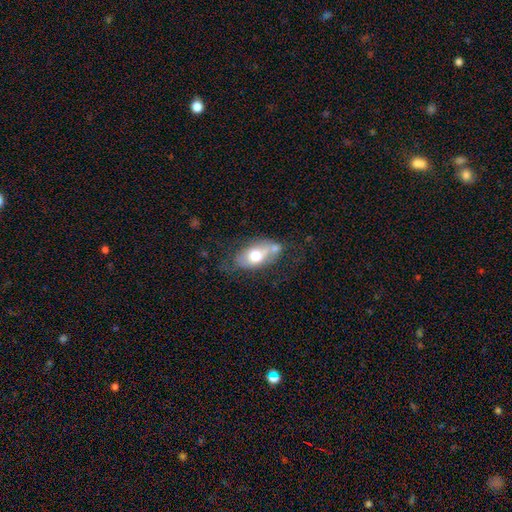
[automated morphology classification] Q: Smooth or featured?
A: smooth (58%); runner-up: featured or disk (35%)
Q: How rounded?
A: in between (88%); runner-up: round (7%)
Q: Merging?
A: none (45%); runner-up: minor disturbance (24%)